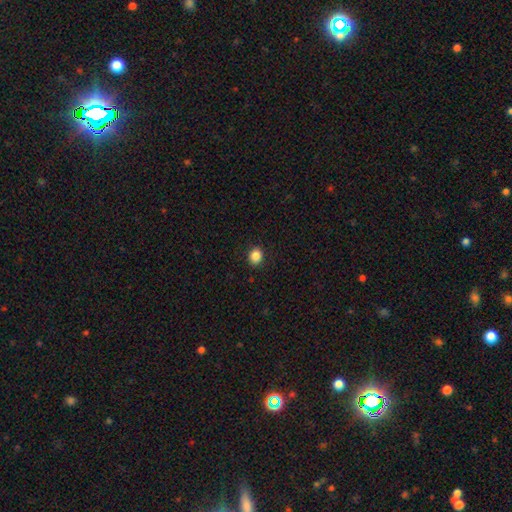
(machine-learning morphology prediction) type=smooth (87%); roundness=round (61%); merging=none (91%).